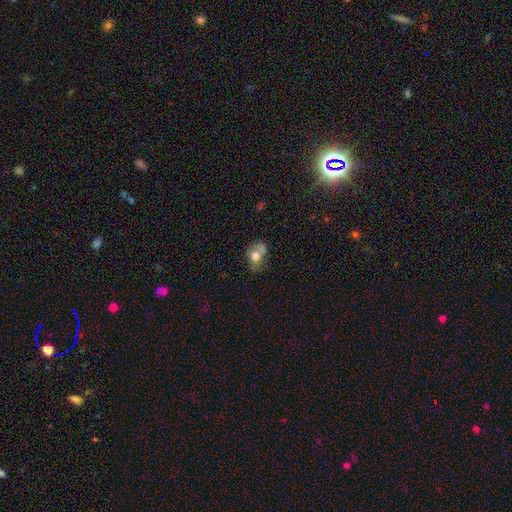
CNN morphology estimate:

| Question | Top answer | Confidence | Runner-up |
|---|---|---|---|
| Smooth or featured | smooth | 66% | featured or disk (24%) |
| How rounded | in between | 60% | round (39%) |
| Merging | none | 32% | minor disturbance (27%) |